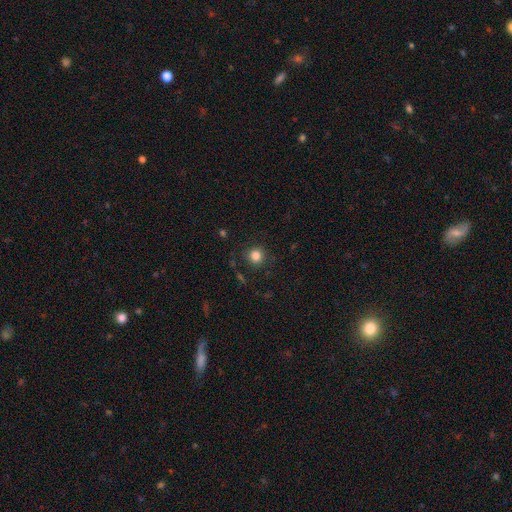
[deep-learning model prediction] Smooth or featured? smooth (82%)
How rounded? round (93%)
Merging? none (88%)